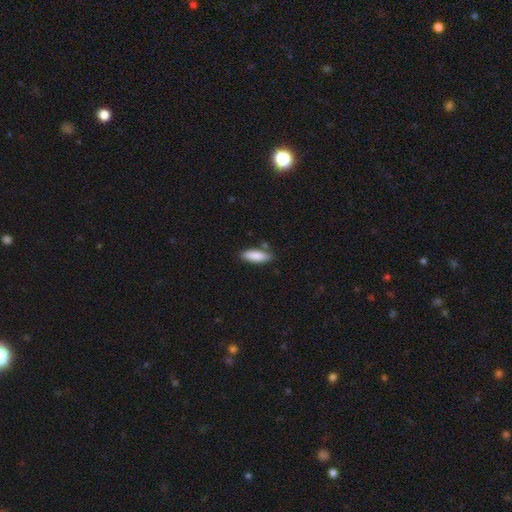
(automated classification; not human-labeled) Smooth or featured? Predicted: smooth (p=0.86). How rounded? Predicted: in between (p=0.57). Merging? Predicted: none (p=0.78).